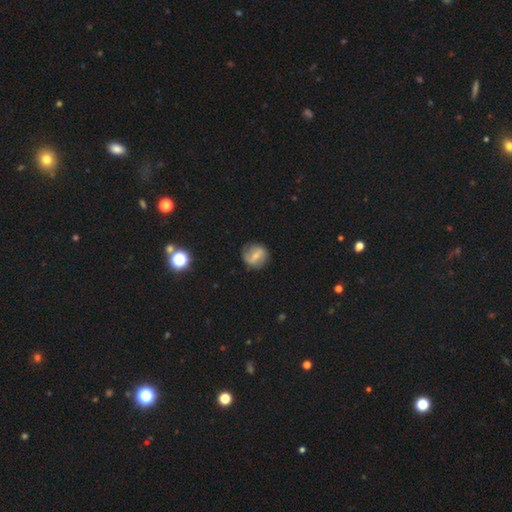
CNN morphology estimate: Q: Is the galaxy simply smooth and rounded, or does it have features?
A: featured or disk — 52%.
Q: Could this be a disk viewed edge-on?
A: no — 96%.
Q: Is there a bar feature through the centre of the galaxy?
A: weak — 44%.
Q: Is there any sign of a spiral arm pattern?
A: yes — 70%.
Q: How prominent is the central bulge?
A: small — 55%.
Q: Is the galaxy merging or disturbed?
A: none — 81%.